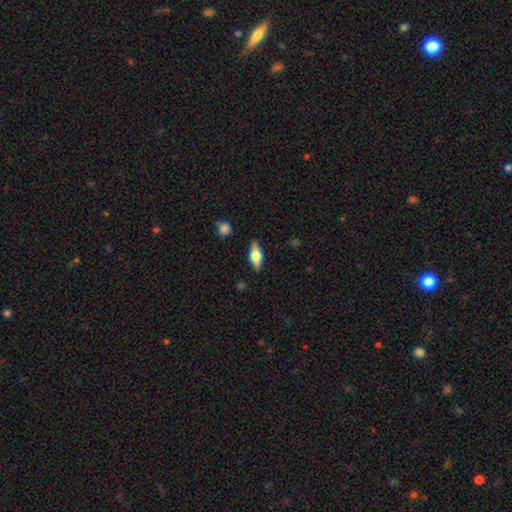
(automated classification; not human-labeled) Smooth or featured? featured or disk (47%)
Merging? none (85%)